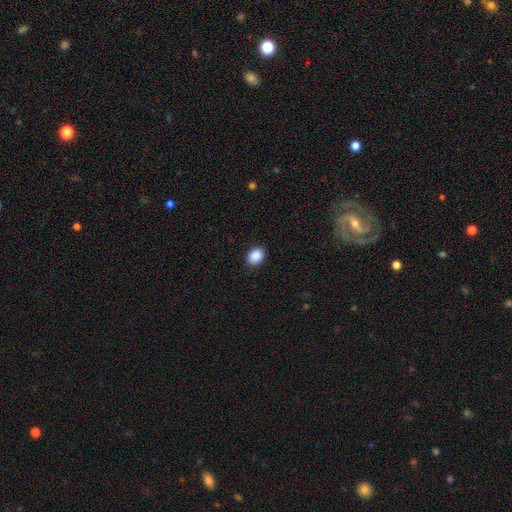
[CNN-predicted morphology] The model was most divided on "how rounded": in between: 62%, round: 38%, cigar-shaped: 1%. More confident: merging — none (90%); smooth or featured — smooth (90%).